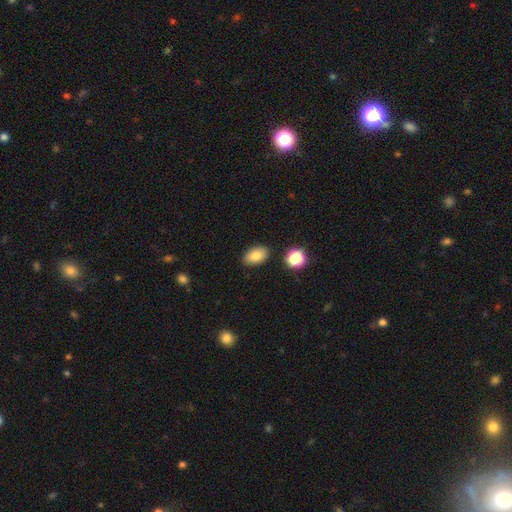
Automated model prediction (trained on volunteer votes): Smooth or featured: smooth — 82% (star or artifact — 9%)
How rounded: in between — 89% (round — 9%)
Merging: none — 86% (minor disturbance — 9%)